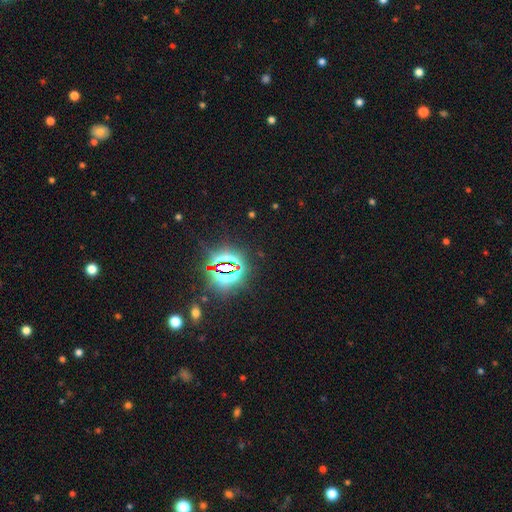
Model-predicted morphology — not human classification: A star or artifact, not a galaxy (81%).

Vote fractions:
- Smooth or featured? star or artifact: 81% / smooth: 11% / featured or disk: 8%